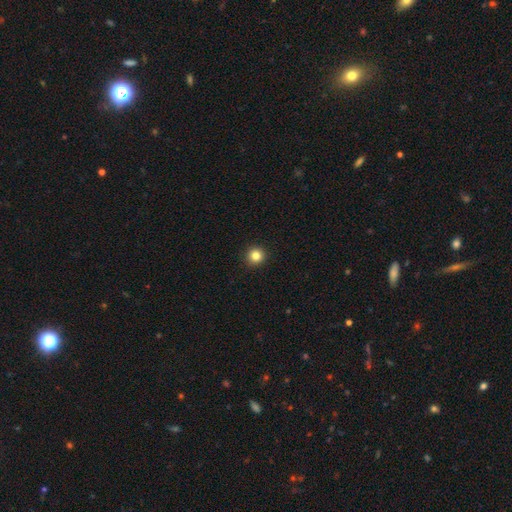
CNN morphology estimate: This is clearly a smooth galaxy (83%). How rounded: clearly round (95%). Merging: clearly none (93%).